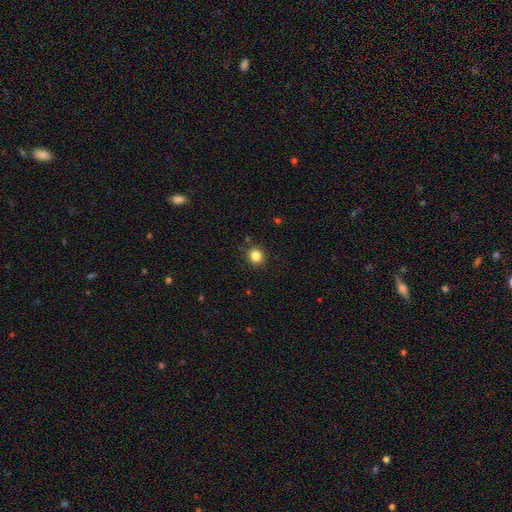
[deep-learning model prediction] The model was most divided on "smooth or featured": smooth: 84%, star or artifact: 12%, featured or disk: 5%. More confident: merging — none (89%); how rounded — round (88%).